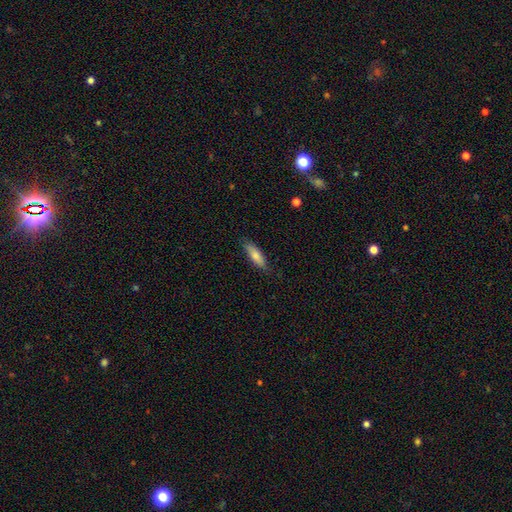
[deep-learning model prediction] Overall: smooth (78%). How rounded: cigar-shaped (55%; in between 44%). Merging: none (81%).